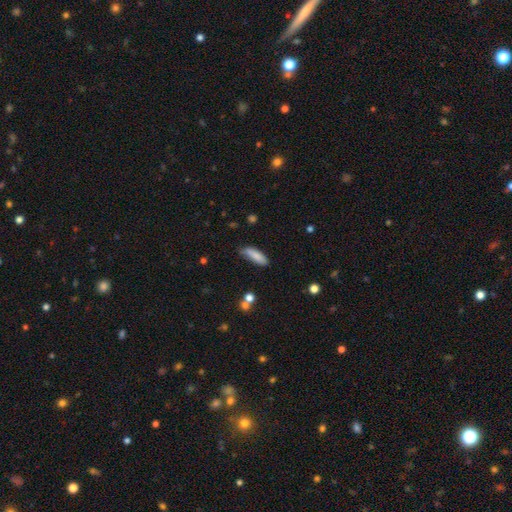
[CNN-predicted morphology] Smooth or featured? smooth (83%)
How rounded? cigar-shaped (51%)
Merging? none (66%)